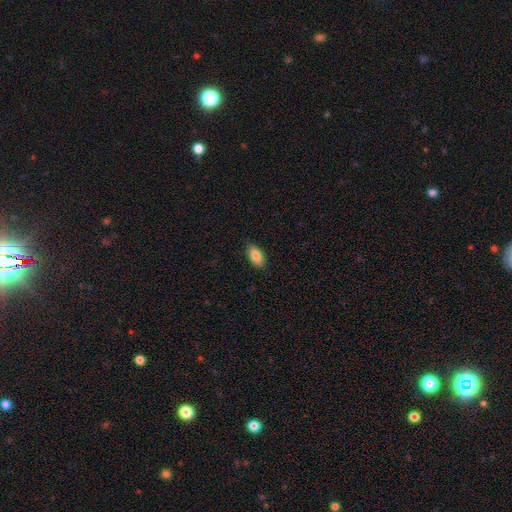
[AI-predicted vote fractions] This appears to be a smooth galaxy with no disk features (86%) that is in between round and cigar-shaped (92%). Merging: none (86%).